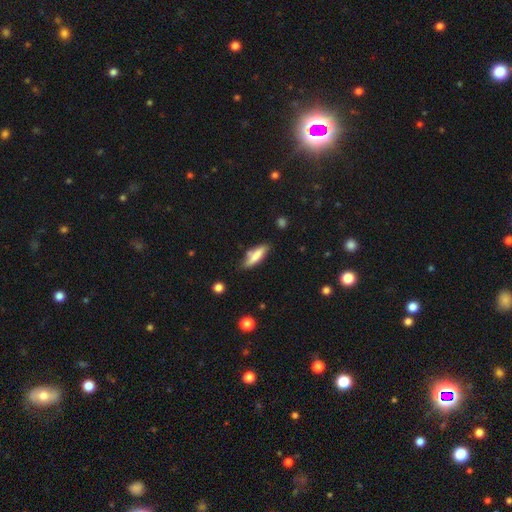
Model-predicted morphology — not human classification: Smooth or featured?
  - smooth: 71% *
  - featured or disk: 22%
  - star or artifact: 7%
How rounded?
  - cigar-shaped: 61% *
  - in between: 37%
  - round: 2%
Merging?
  - none: 72% *
  - minor disturbance: 18%
  - merger: 6%
  - major disturbance: 4%